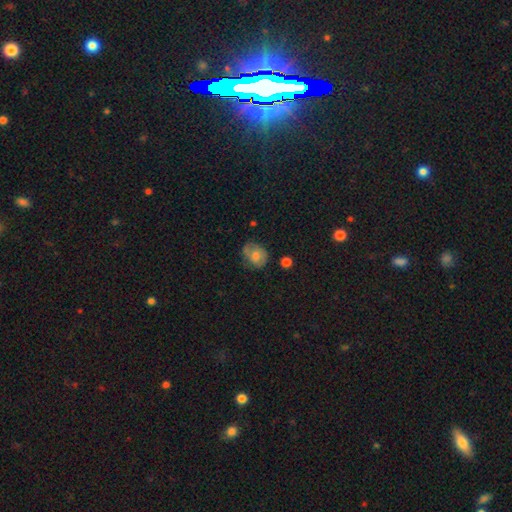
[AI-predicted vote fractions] Morphology: type=smooth (61%); roundness=in between (50%); merging=none (58%).